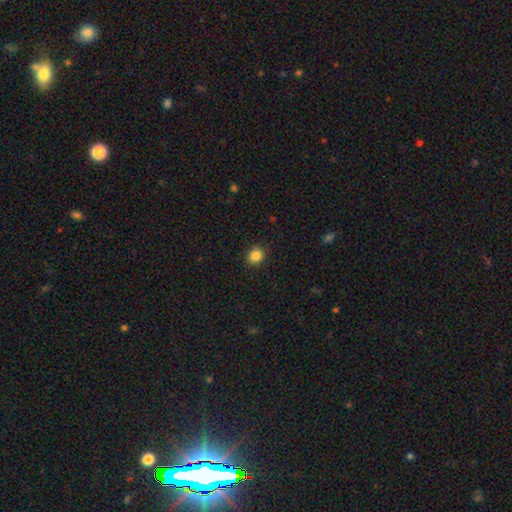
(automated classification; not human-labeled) Smooth or featured? smooth (86%)
How rounded? round (77%)
Merging? none (90%)